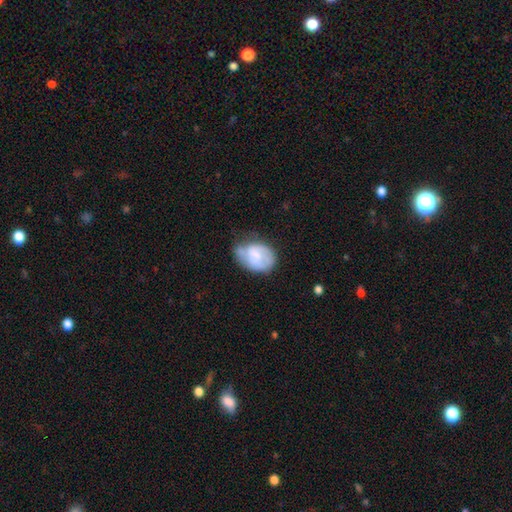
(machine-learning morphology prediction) The model was most divided on "merging": minor disturbance: 39%, none: 38%, major disturbance: 18%, merger: 5%. More confident: how rounded — in between (68%); smooth or featured — smooth (54%).